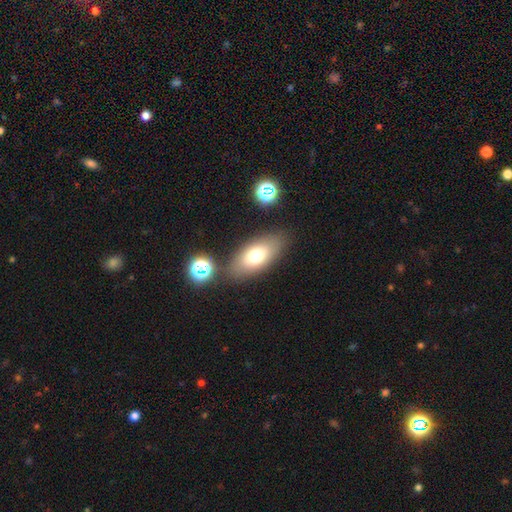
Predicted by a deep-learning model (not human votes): Overall: smooth (71%). How rounded: in between (87%). Merging: none (80%).